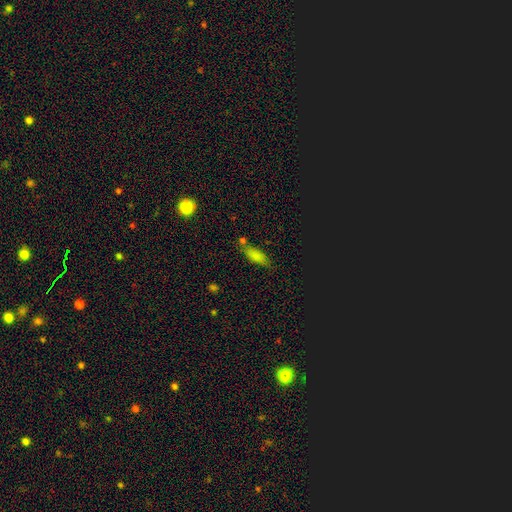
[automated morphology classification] Overall: smooth (75%). How rounded: in between (66%; cigar-shaped 30%). Merging: none (64%).